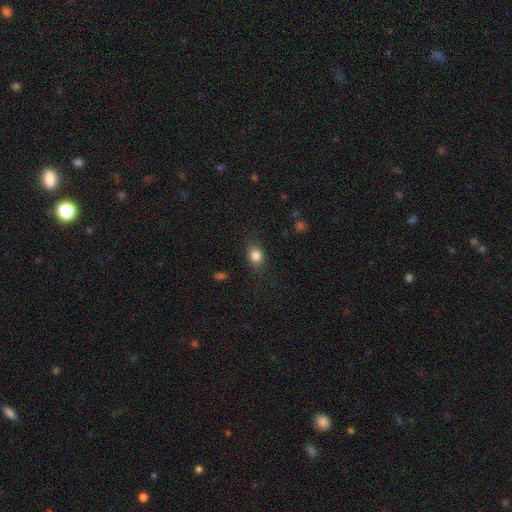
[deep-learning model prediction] This appears to be a smooth galaxy with no disk features (82%) that is in between round and cigar-shaped (52%). Merging: none (80%).